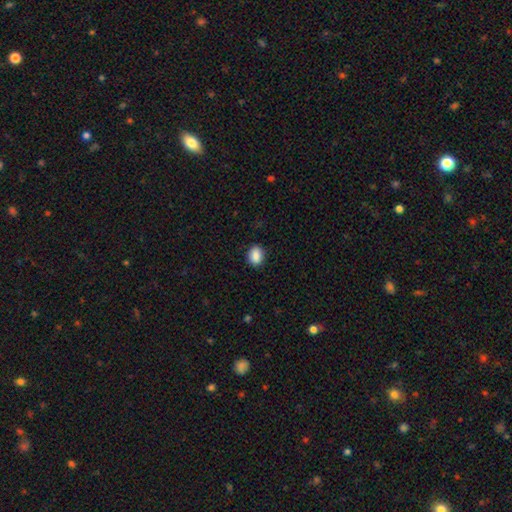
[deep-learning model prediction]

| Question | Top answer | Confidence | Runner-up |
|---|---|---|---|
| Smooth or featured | smooth | 88% | star or artifact (8%) |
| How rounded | in between | 63% | round (36%) |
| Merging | none | 88% | minor disturbance (9%) |